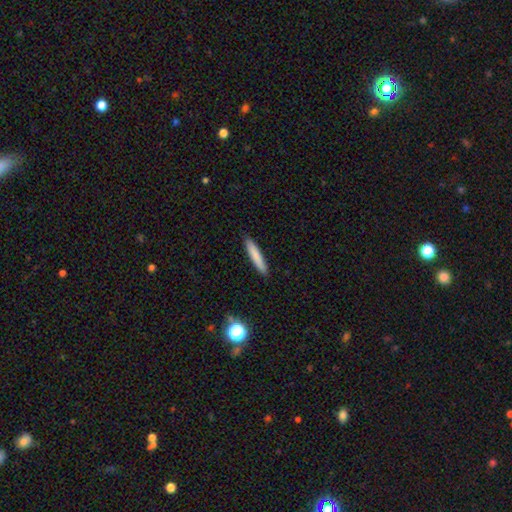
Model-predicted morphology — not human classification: Overall: smooth (81%). How rounded: cigar-shaped (91%). Merging: none (91%).